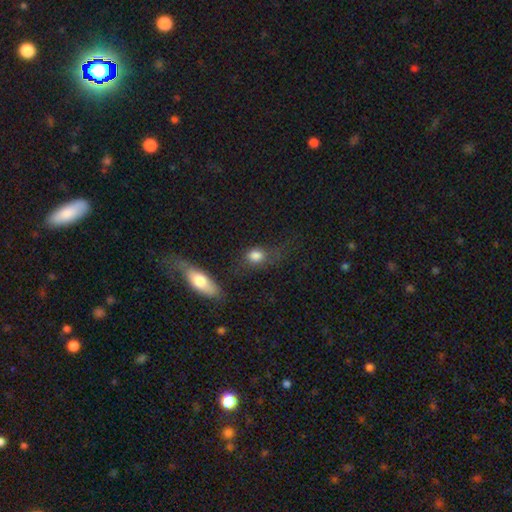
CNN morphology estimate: type=smooth (81%); roundness=in between (55%); merging=none (56%).